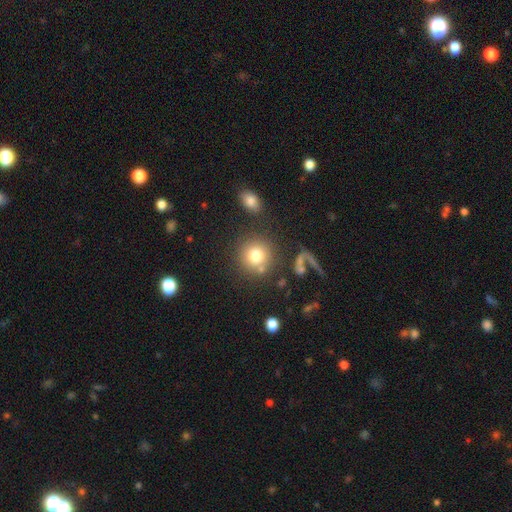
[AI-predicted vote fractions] Morphology: type=smooth (78%); roundness=round (92%); merging=none (75%).